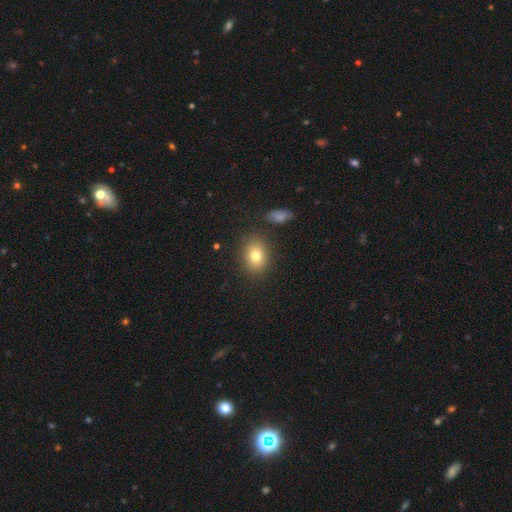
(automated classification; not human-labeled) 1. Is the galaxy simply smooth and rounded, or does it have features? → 78% smooth, 11% featured or disk, 11% star or artifact.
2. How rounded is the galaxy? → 57% in between, 42% round, 1% cigar-shaped.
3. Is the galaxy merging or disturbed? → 83% none, 10% minor disturbance, 3% major disturbance, 3% merger.